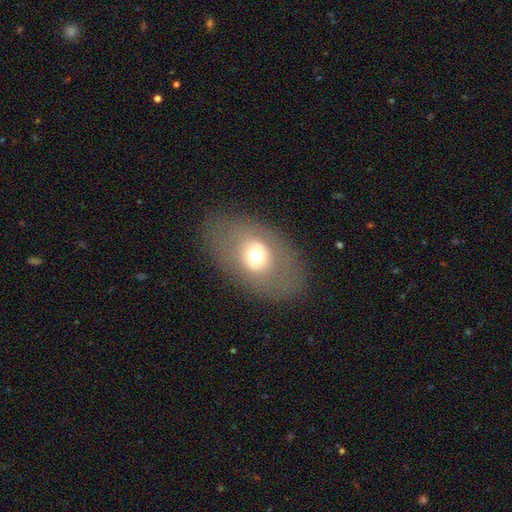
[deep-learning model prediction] Overall: smooth (55%; featured or disk 34%). How rounded: in between (79%). Merging: none (78%).